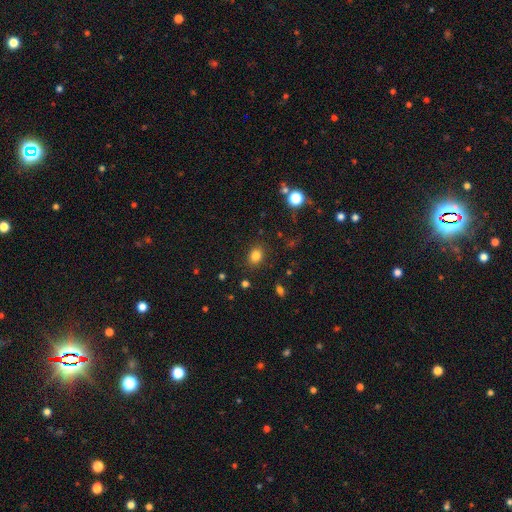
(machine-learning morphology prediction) Smooth or featured?
  - smooth: 82% *
  - star or artifact: 13%
  - featured or disk: 5%
How rounded?
  - round: 51% *
  - in between: 48%
  - cigar-shaped: 1%
Merging?
  - none: 86% *
  - minor disturbance: 9%
  - major disturbance: 3%
  - merger: 2%